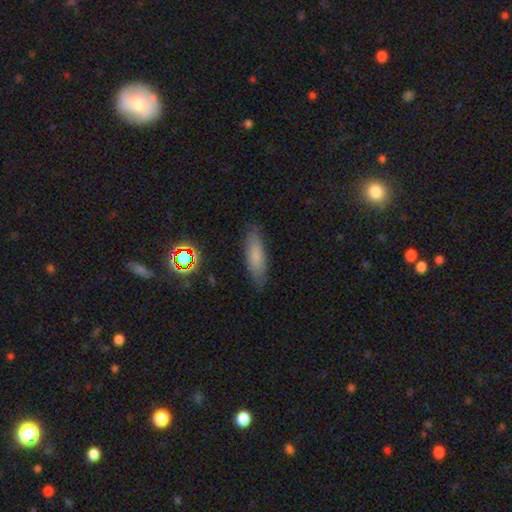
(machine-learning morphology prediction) Smooth or featured?
  - smooth: 75% *
  - featured or disk: 15%
  - star or artifact: 10%
How rounded?
  - cigar-shaped: 52% *
  - in between: 45%
  - round: 2%
Merging?
  - none: 83% *
  - minor disturbance: 13%
  - major disturbance: 3%
  - merger: 1%